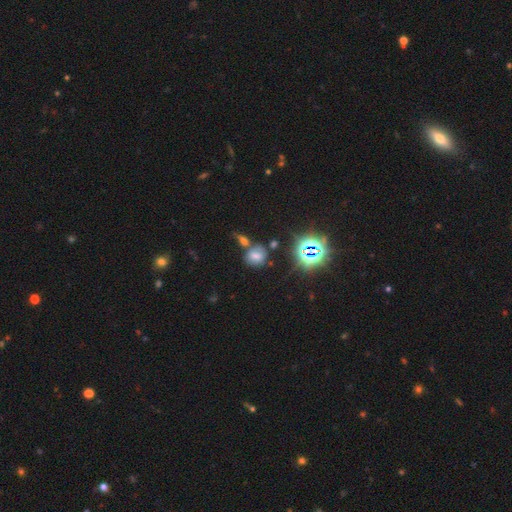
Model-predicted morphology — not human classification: type=smooth (54%); roundness=round (62%); merging=none (58%).